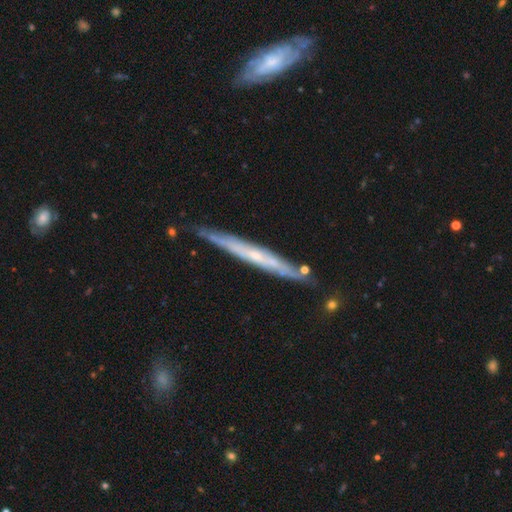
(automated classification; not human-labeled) The model was most divided on "edge-on bulge": none: 64%, rounded: 32%, boxy: 4%. More confident: edge-on disk — yes (90%); merging — none (80%); smooth or featured — featured or disk (69%).